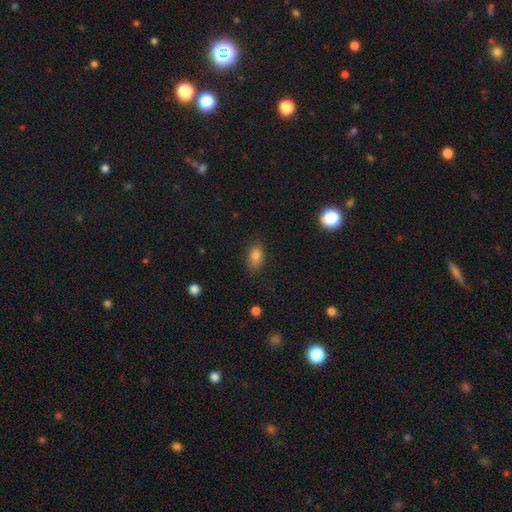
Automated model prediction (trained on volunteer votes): Smooth or featured?
  - smooth: 82% *
  - star or artifact: 11%
  - featured or disk: 7%
How rounded?
  - in between: 85% *
  - round: 11%
  - cigar-shaped: 4%
Merging?
  - none: 80% *
  - minor disturbance: 16%
  - major disturbance: 4%
  - merger: 1%